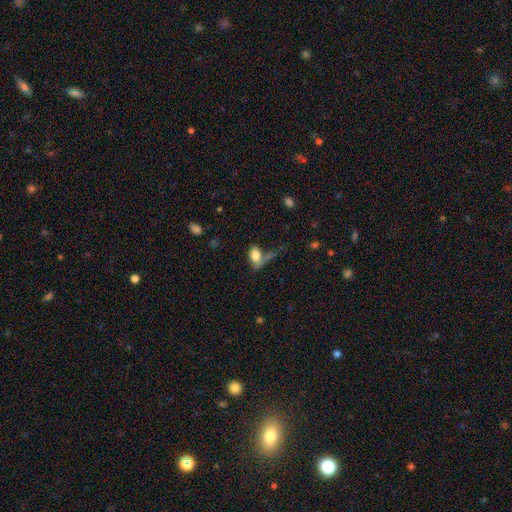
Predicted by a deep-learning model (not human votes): A smooth galaxy with no disk features (78%) that is in between round and cigar-shaped (88%).

Vote fractions:
- Smooth or featured? smooth: 78% / featured or disk: 13% / star or artifact: 9%
- How rounded? in between: 88% / round: 8% / cigar-shaped: 4%
- Merging? none: 38% / merger: 22% / minor disturbance: 21% / major disturbance: 19%